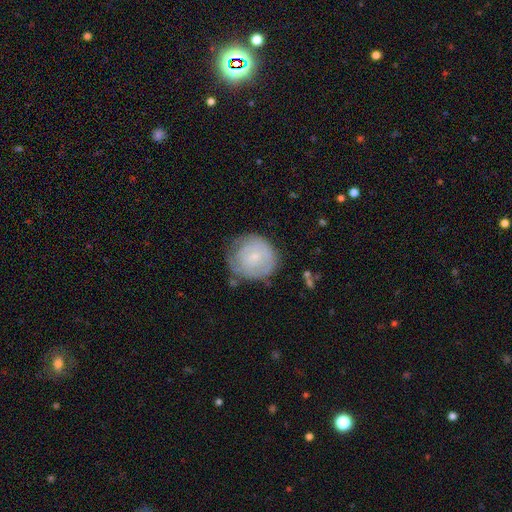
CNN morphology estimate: Overall: featured or disk (48%; smooth 45%). Merging: none (62%; minor disturbance 26%).